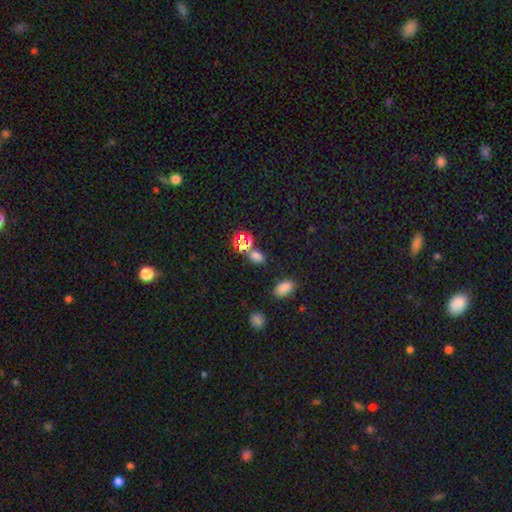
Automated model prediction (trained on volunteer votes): smooth_or_featured: smooth (p=0.62) [alt: star or artifact p=0.32]
how_rounded: in between (p=0.69) [alt: round p=0.28]
merging: none (p=0.68) [alt: merger p=0.15]